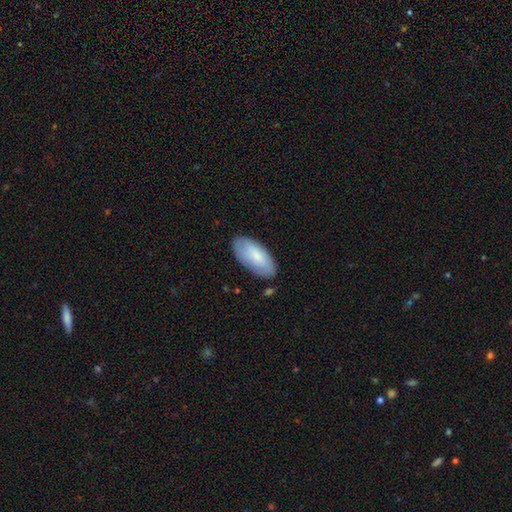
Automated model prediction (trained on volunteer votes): smooth-or-featured: smooth: 78% | featured or disk: 17% | star or artifact: 6%
  how-rounded: in between: 92% | cigar-shaped: 7% | round: 2%
  merging: none: 80% | minor disturbance: 15% | major disturbance: 3% | merger: 2%